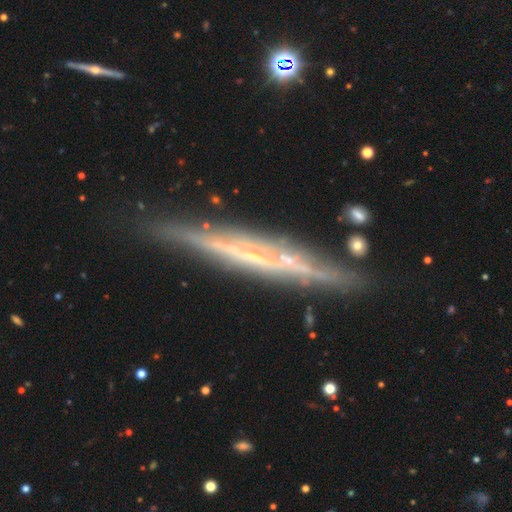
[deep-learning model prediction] Smooth or featured? Predicted: featured or disk (p=0.75). Edge-on disk? Predicted: yes (p=0.94). Edge-on bulge? Predicted: none (p=0.78). Merging? Predicted: none (p=0.83).